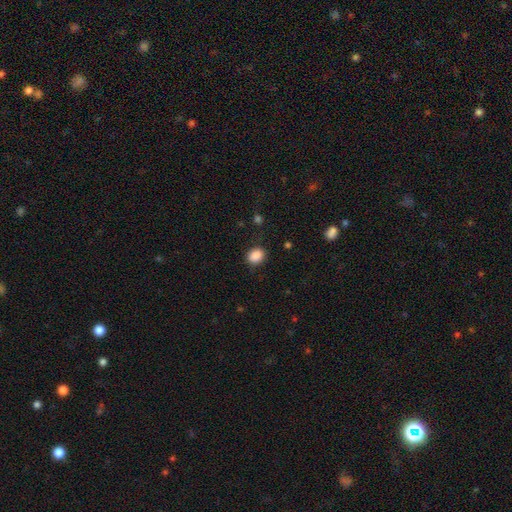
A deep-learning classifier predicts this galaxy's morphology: This appears to be a smooth galaxy with no disk features (89%) that is in between round and cigar-shaped (58%). Merging: none (84%).